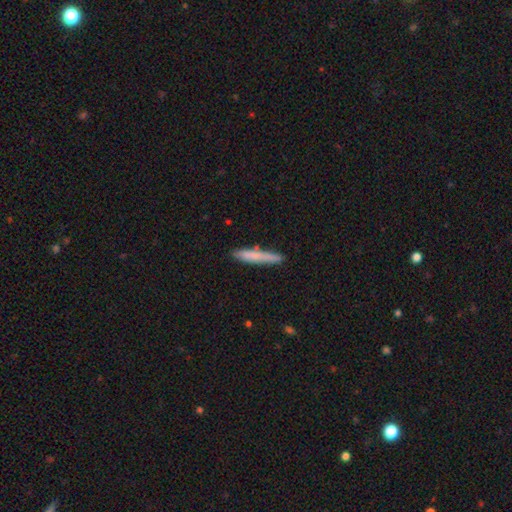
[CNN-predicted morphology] Smooth or featured?
  - smooth: 74% *
  - featured or disk: 19%
  - star or artifact: 6%
How rounded?
  - cigar-shaped: 94% *
  - in between: 5%
  - round: 1%
Merging?
  - none: 83% *
  - minor disturbance: 12%
  - merger: 2%
  - major disturbance: 2%